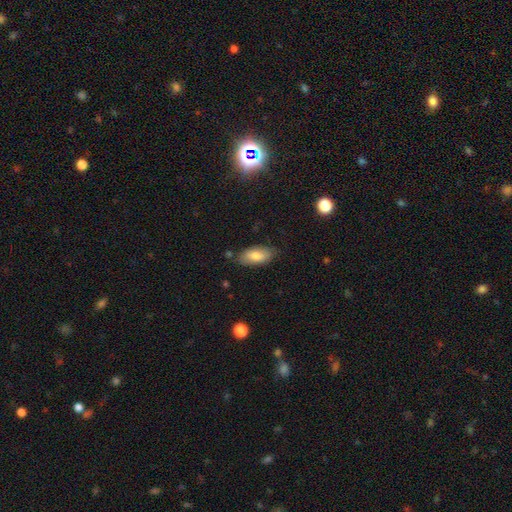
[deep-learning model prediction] Q: Smooth or featured?
A: smooth (79%); runner-up: featured or disk (15%)
Q: How rounded?
A: in between (89%); runner-up: cigar-shaped (8%)
Q: Merging?
A: none (77%); runner-up: minor disturbance (17%)